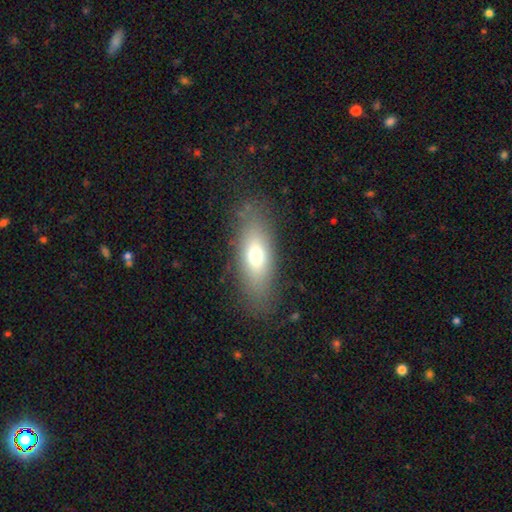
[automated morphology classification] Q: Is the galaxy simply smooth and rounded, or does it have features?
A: smooth — 68%.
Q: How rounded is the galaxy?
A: in between — 72%.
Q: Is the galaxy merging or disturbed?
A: none — 81%.